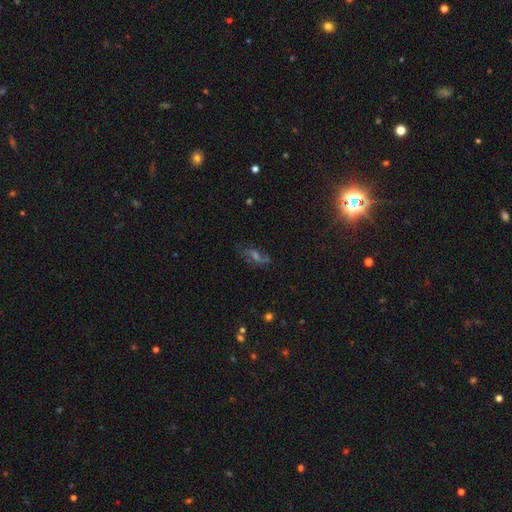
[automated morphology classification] A featured or disk galaxy (53%).

Vote fractions:
- Smooth or featured? featured or disk: 53% / star or artifact: 29% / smooth: 18%
- Edge-on disk? no: 87% / yes: 13%
- Merging? none: 70% / minor disturbance: 16% / major disturbance: 12% / merger: 3%